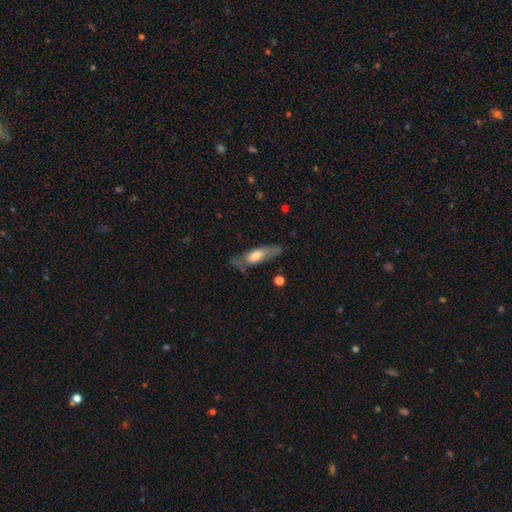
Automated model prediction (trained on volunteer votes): smooth-or-featured: smooth: 57% | featured or disk: 36% | star or artifact: 6%
  how-rounded: in between: 52% | cigar-shaped: 46% | round: 2%
  merging: none: 56% | minor disturbance: 26% | major disturbance: 14% | merger: 4%